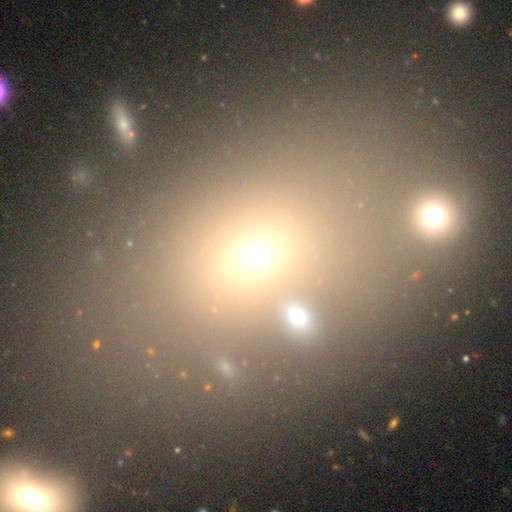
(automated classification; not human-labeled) Smooth or featured?
  - smooth: 62% *
  - star or artifact: 23%
  - featured or disk: 14%
How rounded?
  - in between: 66% *
  - round: 30%
  - cigar-shaped: 4%
Merging?
  - none: 57% *
  - merger: 23%
  - minor disturbance: 13%
  - major disturbance: 8%